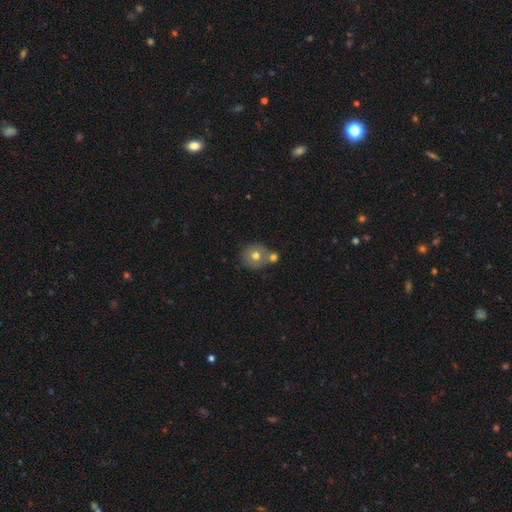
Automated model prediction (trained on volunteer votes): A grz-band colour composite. It shows a smooth galaxy with no disk features (71%) that is round (85%). Merging: none (50%).